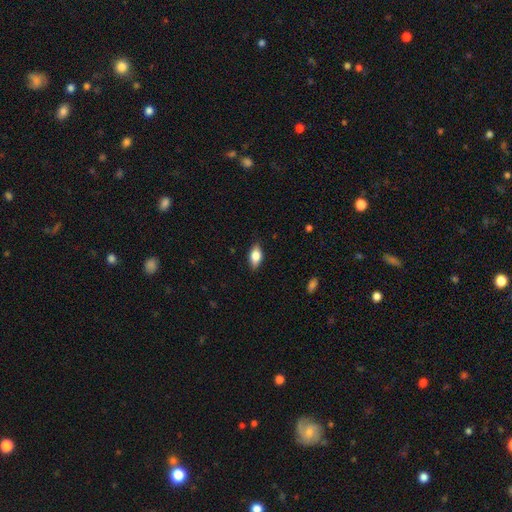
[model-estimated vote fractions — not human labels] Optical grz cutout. It shows a smooth galaxy with no disk features (77%) that is in between round and cigar-shaped (87%). Merging: none (85%).